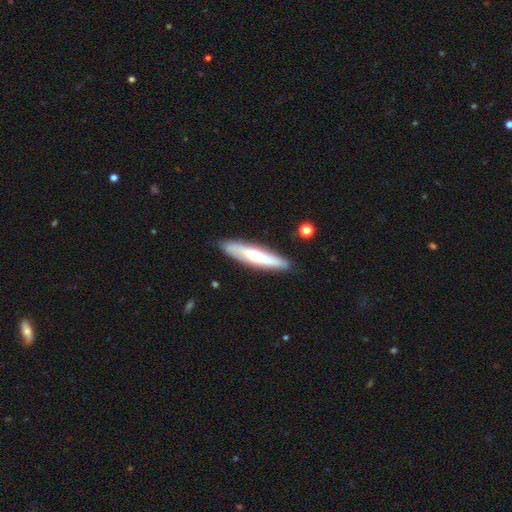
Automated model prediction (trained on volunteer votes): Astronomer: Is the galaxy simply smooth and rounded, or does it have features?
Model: smooth — 57% (runner-up: featured or disk, 37%).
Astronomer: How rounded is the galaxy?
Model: cigar-shaped — 86%.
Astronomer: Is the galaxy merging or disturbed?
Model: none — 85%.